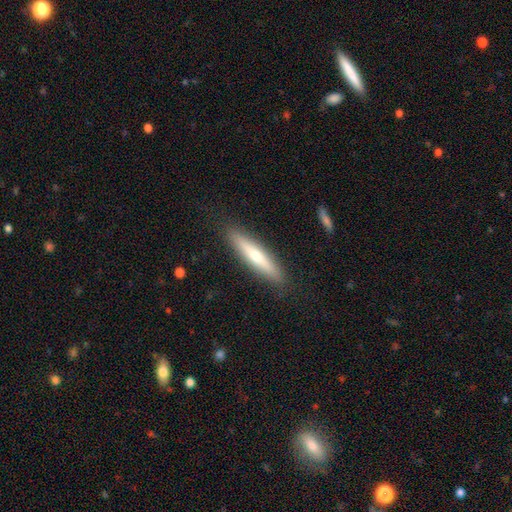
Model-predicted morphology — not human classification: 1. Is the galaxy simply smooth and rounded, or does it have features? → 53% smooth, 41% featured or disk, 6% star or artifact.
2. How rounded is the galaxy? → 88% cigar-shaped, 11% in between, 1% round.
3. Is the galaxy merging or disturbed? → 89% none, 8% minor disturbance, 2% major disturbance, 1% merger.